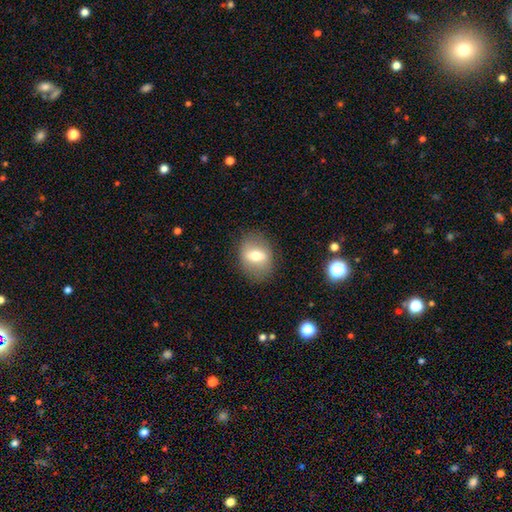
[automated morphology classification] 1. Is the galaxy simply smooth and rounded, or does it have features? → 59% smooth, 33% featured or disk, 9% star or artifact.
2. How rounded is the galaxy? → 61% in between, 37% round, 2% cigar-shaped.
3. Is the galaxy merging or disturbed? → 83% none, 11% minor disturbance, 5% major disturbance, 1% merger.